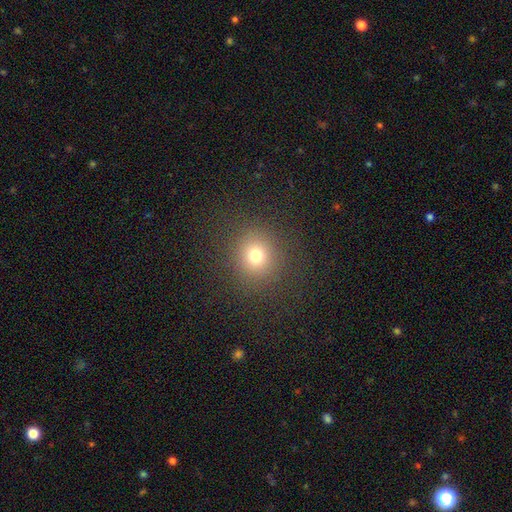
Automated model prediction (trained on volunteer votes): The model was most divided on "smooth or featured": smooth: 74%, star or artifact: 18%, featured or disk: 8%. More confident: how rounded — round (88%); merging — none (87%).